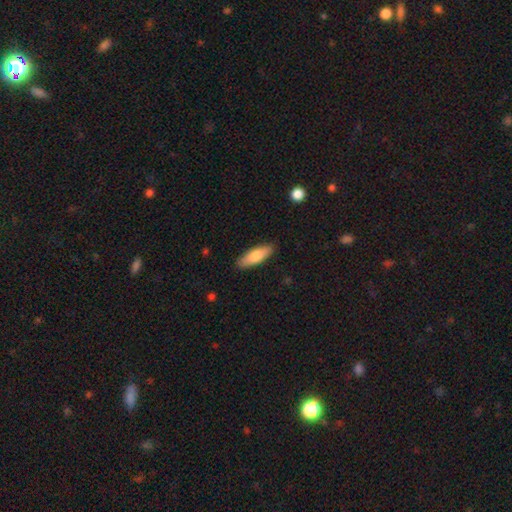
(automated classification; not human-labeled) smooth_or_featured: smooth (p=0.76) [alt: featured or disk p=0.18]
how_rounded: in between (p=0.56) [alt: cigar-shaped p=0.42]
merging: none (p=0.88) [alt: minor disturbance p=0.09]